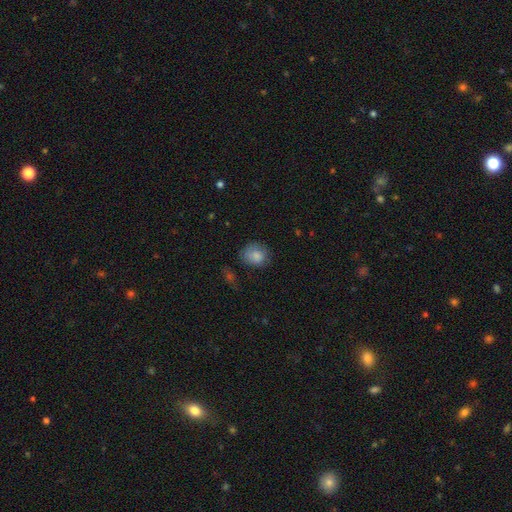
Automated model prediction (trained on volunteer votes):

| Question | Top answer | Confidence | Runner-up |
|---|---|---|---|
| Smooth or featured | smooth | 84% | featured or disk (8%) |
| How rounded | round | 65% | in between (34%) |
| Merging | none | 66% | minor disturbance (24%) |